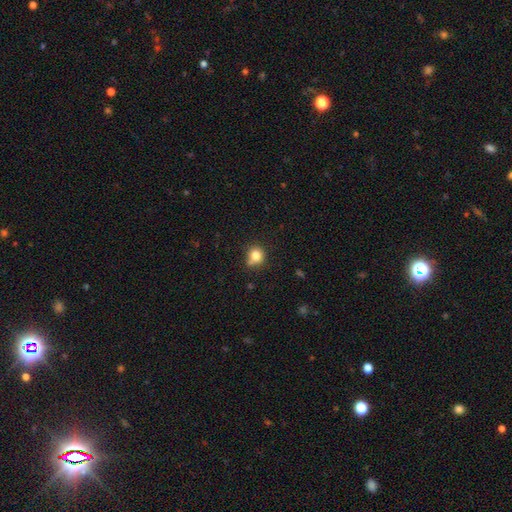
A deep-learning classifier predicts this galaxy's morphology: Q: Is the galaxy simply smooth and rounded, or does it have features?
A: smooth — 80%.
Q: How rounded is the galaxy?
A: round — 84%.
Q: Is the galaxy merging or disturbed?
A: none — 64%.